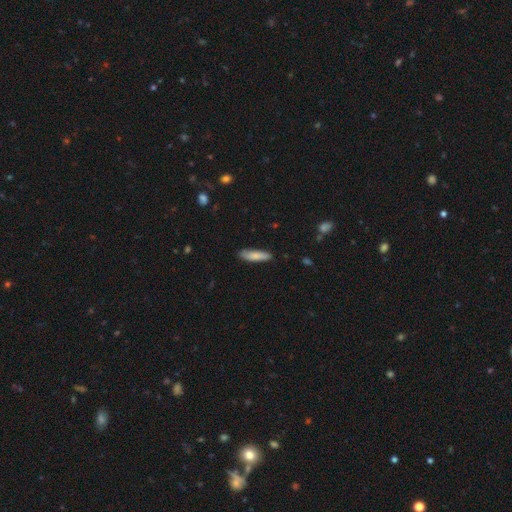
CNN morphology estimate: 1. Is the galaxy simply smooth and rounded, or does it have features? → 80% smooth, 14% featured or disk, 6% star or artifact.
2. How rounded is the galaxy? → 70% cigar-shaped, 28% in between, 2% round.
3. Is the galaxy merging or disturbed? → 85% none, 12% minor disturbance, 2% major disturbance, 1% merger.